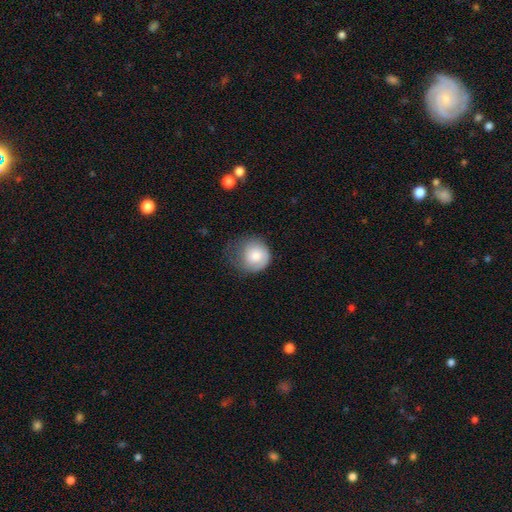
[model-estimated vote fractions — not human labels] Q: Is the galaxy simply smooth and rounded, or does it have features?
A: smooth — 71%.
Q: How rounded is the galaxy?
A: round — 82%.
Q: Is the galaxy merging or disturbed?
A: none — 39%.